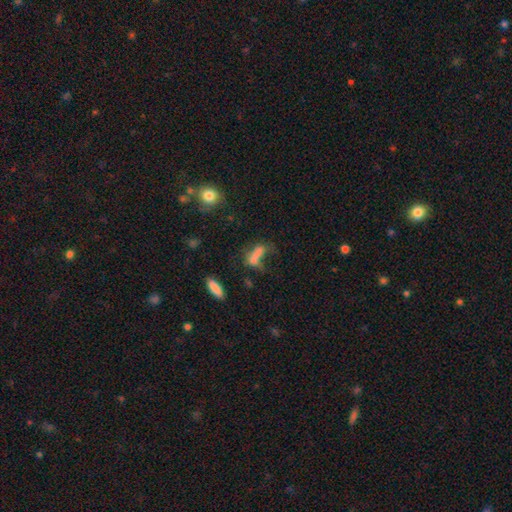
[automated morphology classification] A smooth galaxy with no disk features (64%) that is in between round and cigar-shaped (48%).

Vote fractions:
- Smooth or featured? smooth: 64% / featured or disk: 20% / star or artifact: 16%
- How rounded? in between: 48% / cigar-shaped: 44% / round: 8%
- Merging? major disturbance: 35% / none: 30% / merger: 18% / minor disturbance: 17%